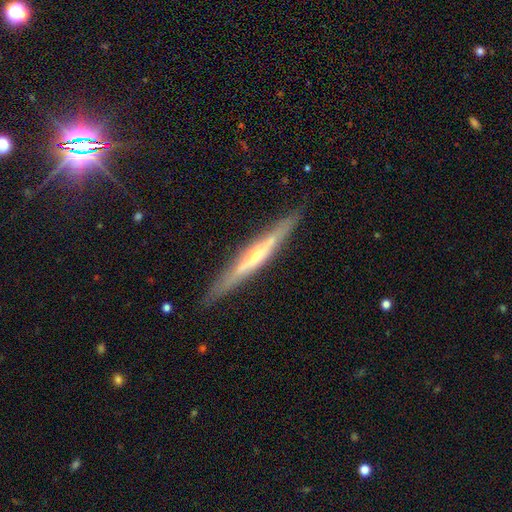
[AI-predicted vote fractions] smooth-or-featured: featured or disk: 72% | smooth: 21% | star or artifact: 6%
  disk-edge-on: yes: 95% | no: 5%
    edge-on-bulge: rounded: 70% | none: 24% | boxy: 5%
  merging: none: 88% | minor disturbance: 9% | major disturbance: 2% | merger: 1%